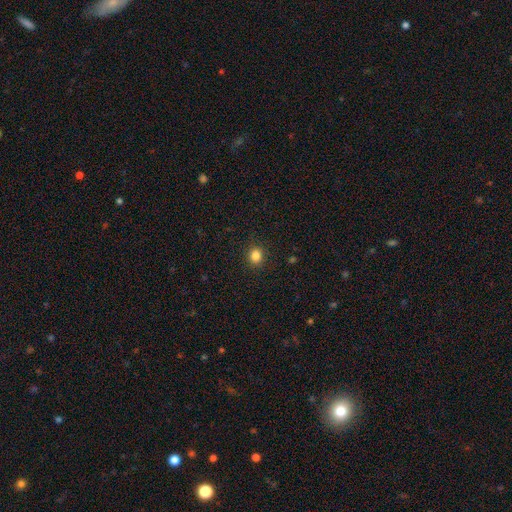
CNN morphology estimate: smooth 84%, star or artifact 12%, featured or disk 4%. Down the decision tree: how rounded — round (80%); merging — none (90%).